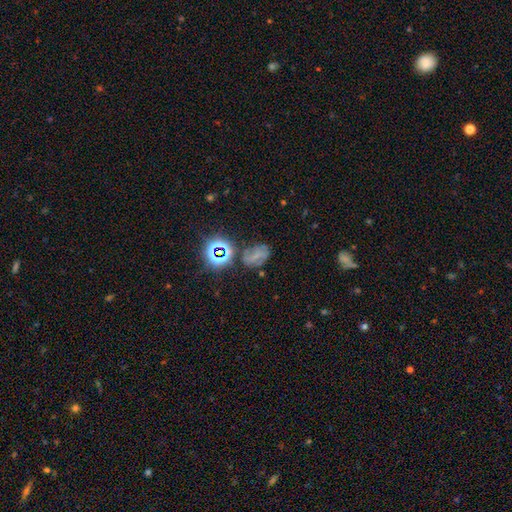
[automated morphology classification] Q: Smooth or featured?
A: star or artifact (37%); runner-up: featured or disk (33%)